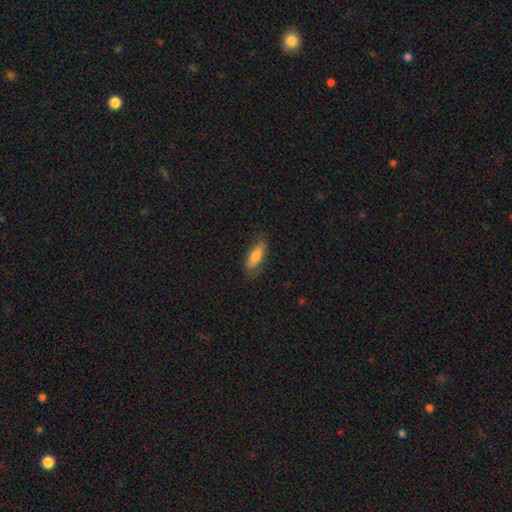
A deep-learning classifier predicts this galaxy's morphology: A smooth galaxy with no disk features (74%) that is in between round and cigar-shaped (53%). Merging: none (75%).